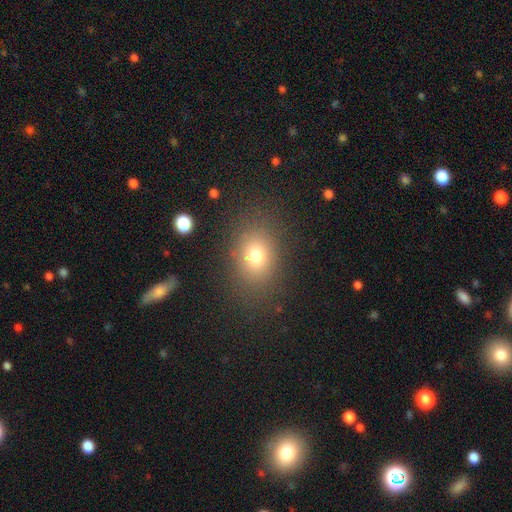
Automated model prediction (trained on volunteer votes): Q: Smooth or featured?
A: smooth (75%); runner-up: star or artifact (14%)
Q: How rounded?
A: in between (64%); runner-up: round (35%)
Q: Merging?
A: none (84%); runner-up: minor disturbance (10%)